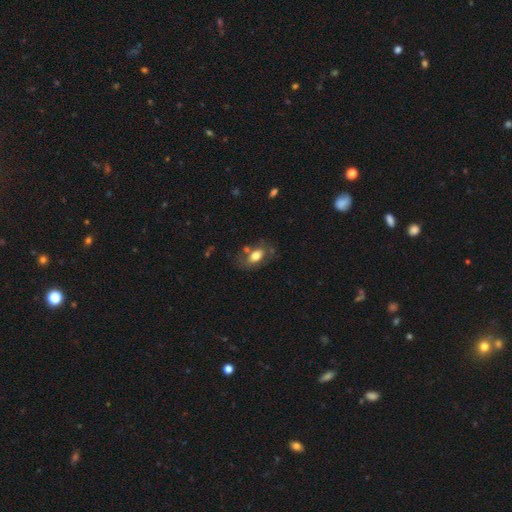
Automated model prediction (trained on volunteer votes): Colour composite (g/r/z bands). It shows a smooth galaxy with no disk features (70%) that is in between round and cigar-shaped (87%). Merging: none (57%).